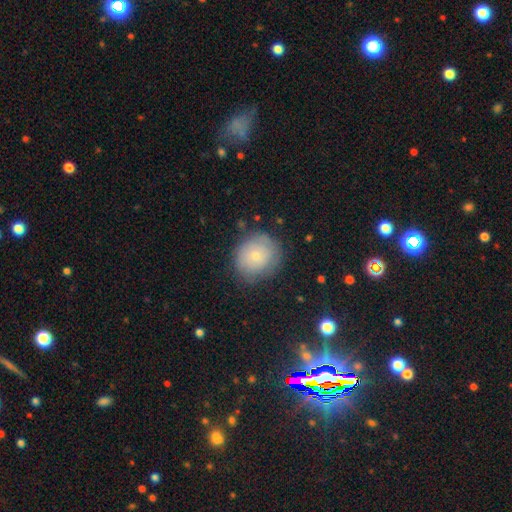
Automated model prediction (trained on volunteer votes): Smooth or featured? smooth (68%)
How rounded? round (81%)
Merging? none (75%)